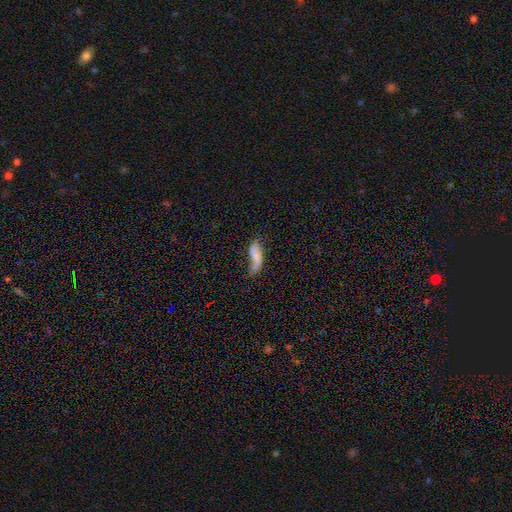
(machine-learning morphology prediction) The model was most divided on "merging": none: 32%, minor disturbance: 31%, major disturbance: 30%, merger: 7%. More confident: how rounded — in between (67%); smooth or featured — smooth (55%).